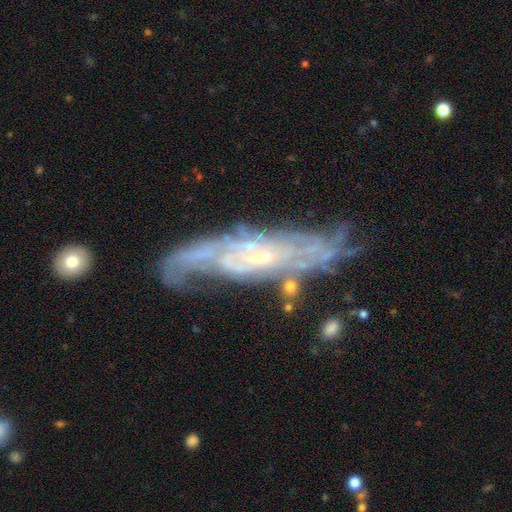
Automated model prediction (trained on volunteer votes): featured or disk 84%, smooth 9%, star or artifact 7%. Down the decision tree: edge-on disk — no (76%); bar — no (62%); spiral arms — yes (90%); spiral arm count — can't tell (53%); spiral winding — tight (61%); bulge size — small (75%); merging — none (63%).